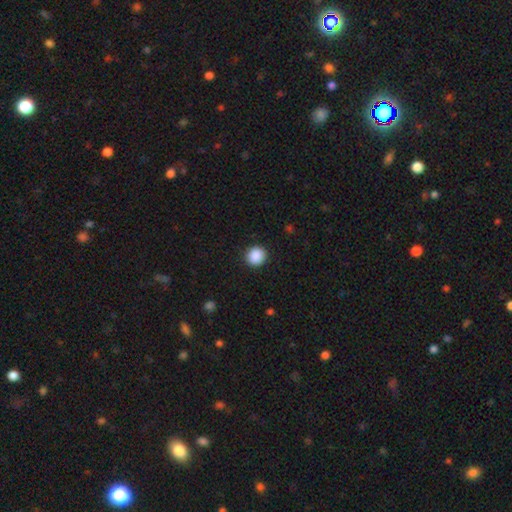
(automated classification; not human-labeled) Smooth or featured? Predicted: smooth (p=0.89). How rounded? Predicted: round (p=0.91). Merging? Predicted: none (p=0.92).